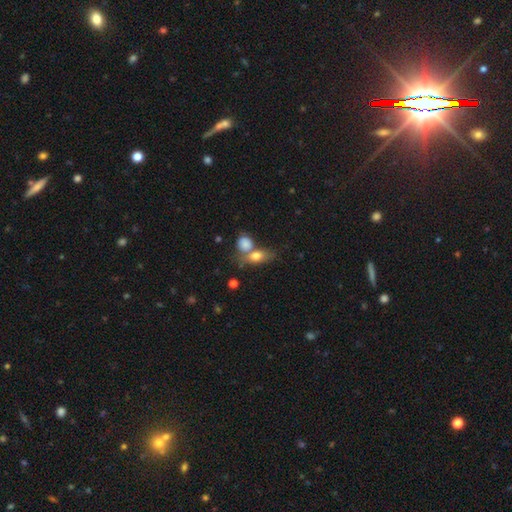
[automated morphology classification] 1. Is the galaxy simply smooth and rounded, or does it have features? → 74% smooth, 18% featured or disk, 9% star or artifact.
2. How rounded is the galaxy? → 72% in between, 18% round, 11% cigar-shaped.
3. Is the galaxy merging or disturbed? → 40% none (tied), 40% merger (tied), 13% minor disturbance, 7% major disturbance.